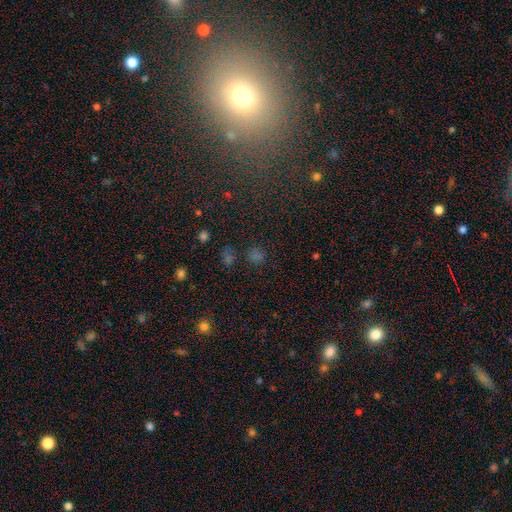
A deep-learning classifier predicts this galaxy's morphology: Smooth or featured?
  - smooth: 47% *
  - star or artifact: 45%
  - featured or disk: 8%
Merging?
  - none: 78% *
  - minor disturbance: 10%
  - merger: 7%
  - major disturbance: 5%